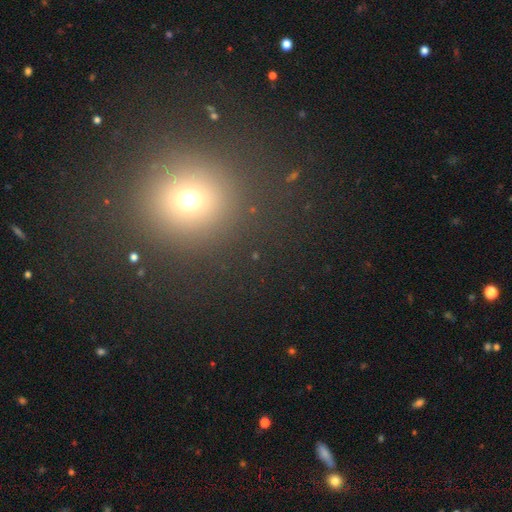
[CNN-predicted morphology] A smooth galaxy with no disk features (59%) that is round (90%). Merging: none (89%).